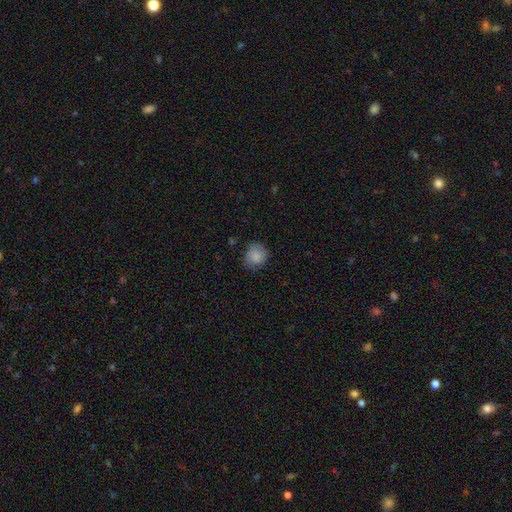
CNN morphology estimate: The model was most divided on "merging": none: 69%, minor disturbance: 24%, major disturbance: 5%, merger: 1%. More confident: smooth or featured — smooth (82%); how rounded — round (81%).